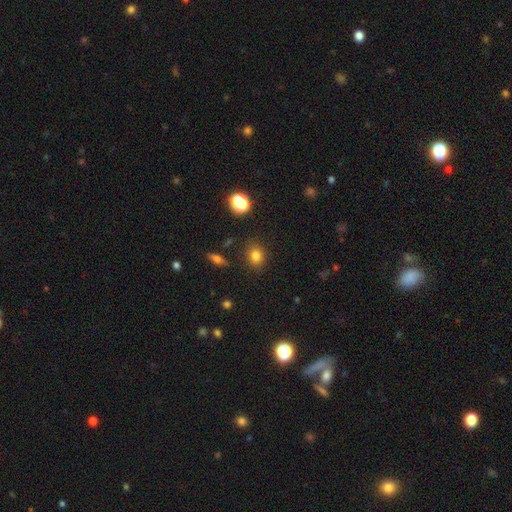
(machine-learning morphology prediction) Smooth or featured? Predicted: smooth (p=0.80). How rounded? Predicted: round (p=0.53). Merging? Predicted: none (p=0.85).